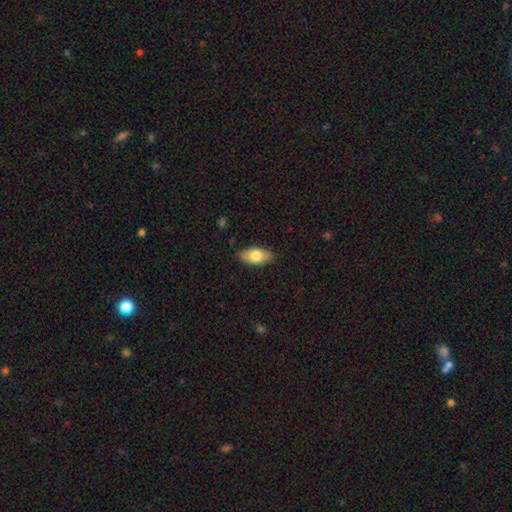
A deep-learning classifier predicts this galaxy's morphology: This appears to be a smooth galaxy with no disk features (76%) that is in between round and cigar-shaped (91%). Merging: none (85%).